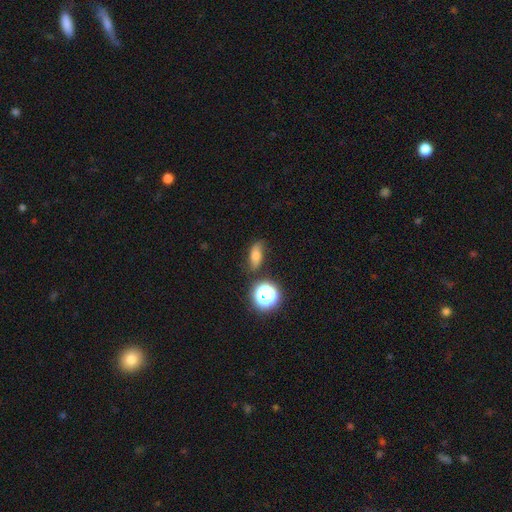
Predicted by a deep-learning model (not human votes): smooth-or-featured: smooth: 59% | featured or disk: 23% | star or artifact: 17%
  how-rounded: in between: 68% | round: 17% | cigar-shaped: 15%
  merging: none: 73% | minor disturbance: 18% | major disturbance: 5% | merger: 4%